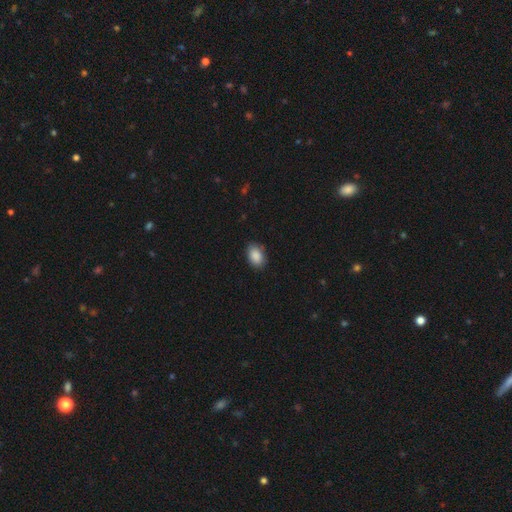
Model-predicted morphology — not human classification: A smooth galaxy with no disk features (89%) that is in between round and cigar-shaped (85%).

Vote fractions:
- Smooth or featured? smooth: 89% / star or artifact: 7% / featured or disk: 4%
- How rounded? in between: 85% / round: 14% / cigar-shaped: 1%
- Merging? none: 85% / minor disturbance: 12% / major disturbance: 2% / merger: 1%